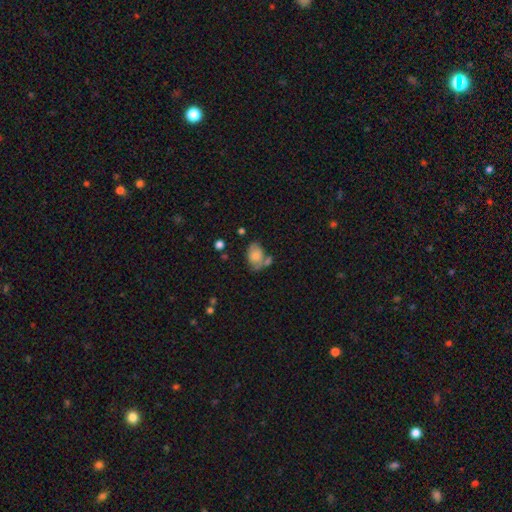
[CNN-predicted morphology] smooth_or_featured: smooth (p=0.73) [alt: featured or disk p=0.19]
how_rounded: in between (p=0.83) [alt: round p=0.16]
merging: none (p=0.44) [alt: minor disturbance p=0.24]